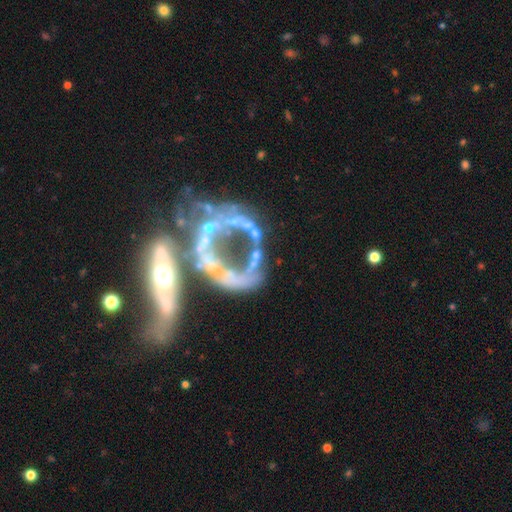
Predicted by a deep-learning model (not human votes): Overall: featured or disk (62%). Edge-on disk: no (95%). Bar: no (76%). Spiral arms: no (83%). Bulge size: none (68%). Merging: none (34%; major disturbance 29%).